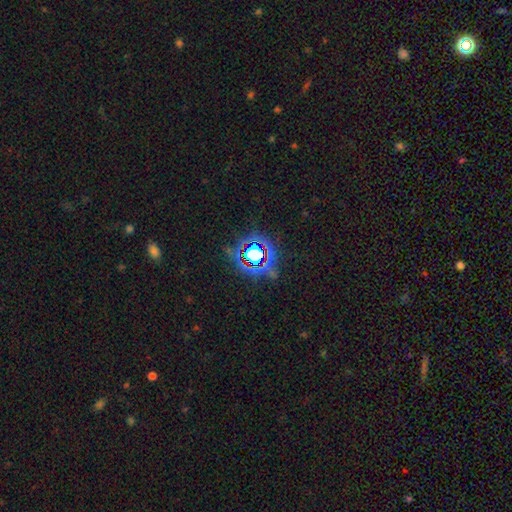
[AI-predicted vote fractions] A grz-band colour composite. It shows a star or artifact, not a galaxy (71%).